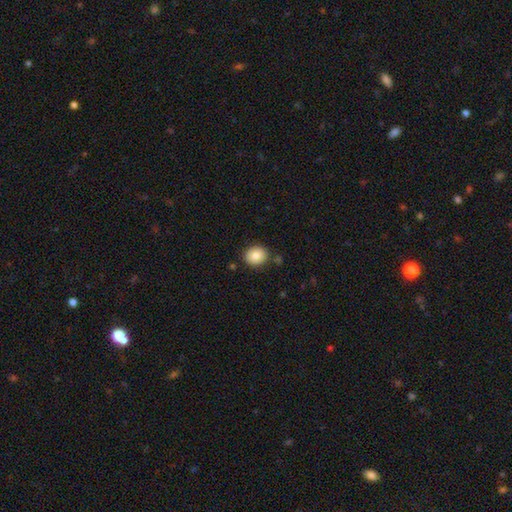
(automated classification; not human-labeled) The model was most divided on "how rounded": round: 73%, in between: 26%, cigar-shaped: 1%. More confident: smooth or featured — smooth (85%); merging — none (84%).